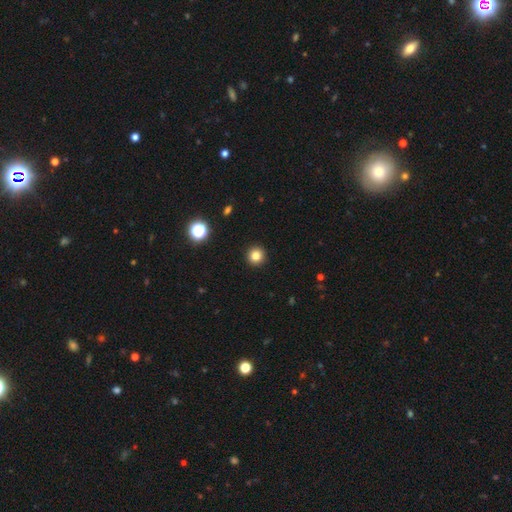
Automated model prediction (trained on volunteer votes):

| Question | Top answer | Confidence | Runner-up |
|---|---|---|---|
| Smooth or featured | smooth | 83% | star or artifact (13%) |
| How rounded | round | 95% | in between (4%) |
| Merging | none | 93% | minor disturbance (4%) |